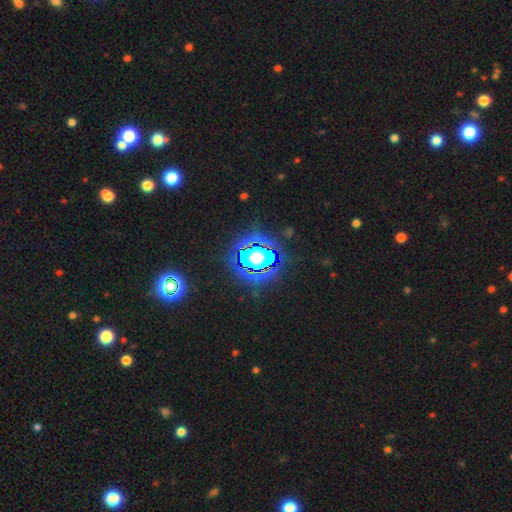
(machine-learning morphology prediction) Q: Smooth or featured?
A: star or artifact (82%); runner-up: smooth (11%)